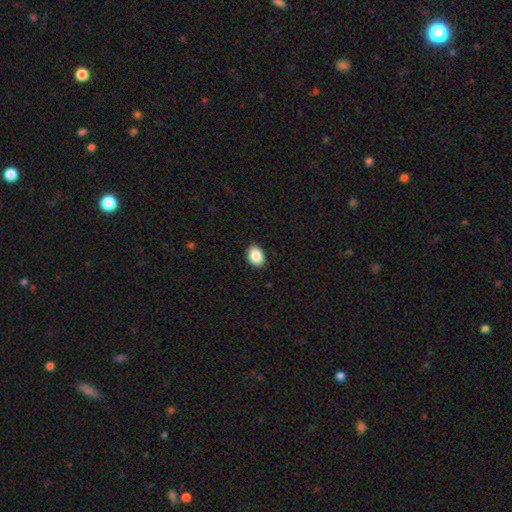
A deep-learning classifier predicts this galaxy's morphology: This is clearly a smooth galaxy (88%). How rounded: likely in between (74%). Merging: clearly none (90%).